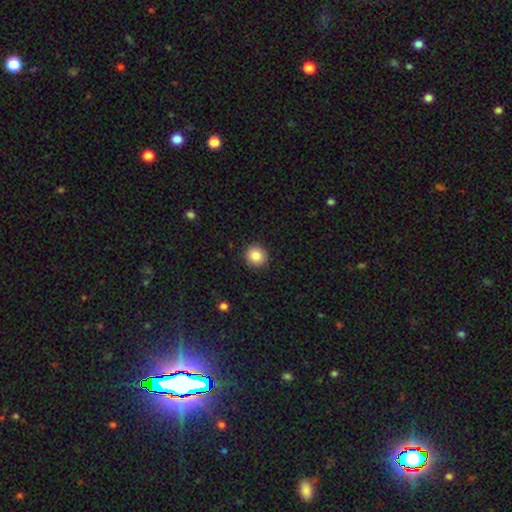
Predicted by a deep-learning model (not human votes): smooth-or-featured: smooth: 85% | star or artifact: 9% | featured or disk: 6%
  how-rounded: round: 92% | in between: 7% | cigar-shaped: 1%
  merging: none: 92% | minor disturbance: 5% | major disturbance: 2% | merger: 1%